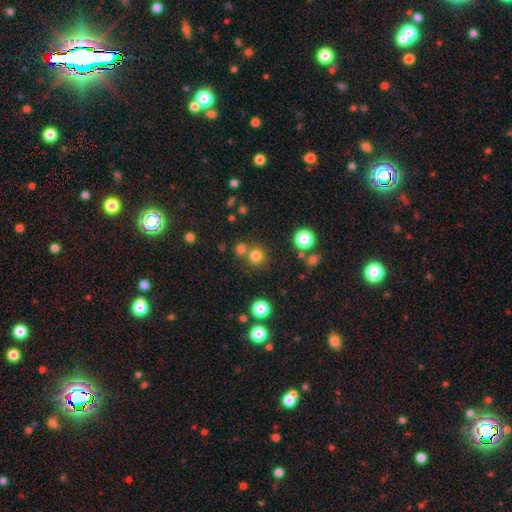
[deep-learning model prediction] Overall: smooth (77%). How rounded: round (91%). Merging: none (67%).